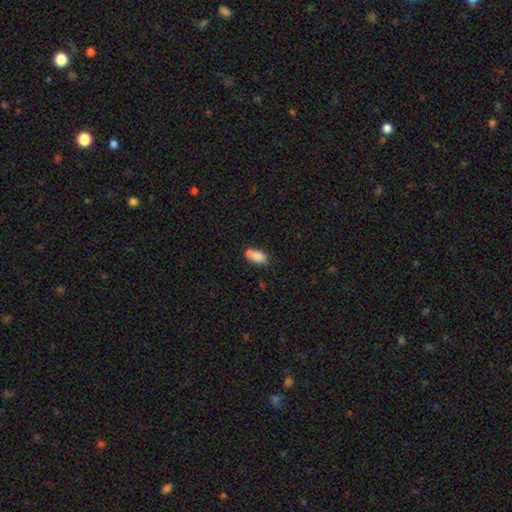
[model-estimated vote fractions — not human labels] Overall: smooth (81%). How rounded: in between (87%). Merging: none (48%; merger 28%).